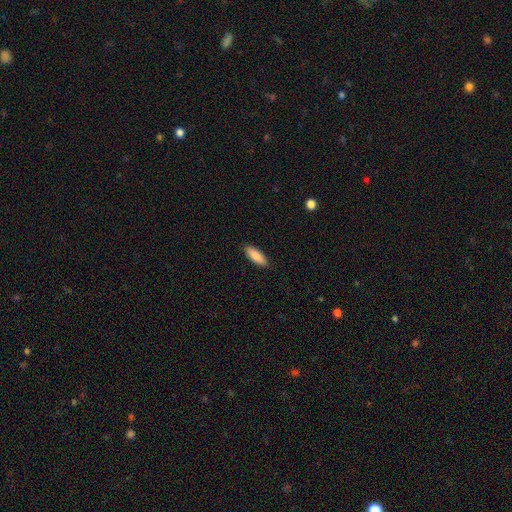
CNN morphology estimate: Q: Smooth or featured?
A: smooth (88%); runner-up: featured or disk (6%)
Q: How rounded?
A: in between (59%); runner-up: cigar-shaped (39%)
Q: Merging?
A: none (89%); runner-up: minor disturbance (8%)